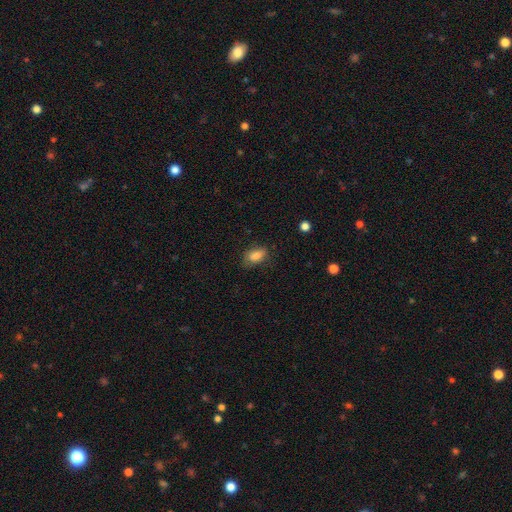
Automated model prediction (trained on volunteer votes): Smooth or featured?
  - smooth: 83% *
  - star or artifact: 9%
  - featured or disk: 8%
How rounded?
  - in between: 88% *
  - round: 8%
  - cigar-shaped: 4%
Merging?
  - none: 71% *
  - minor disturbance: 22%
  - major disturbance: 6%
  - merger: 1%